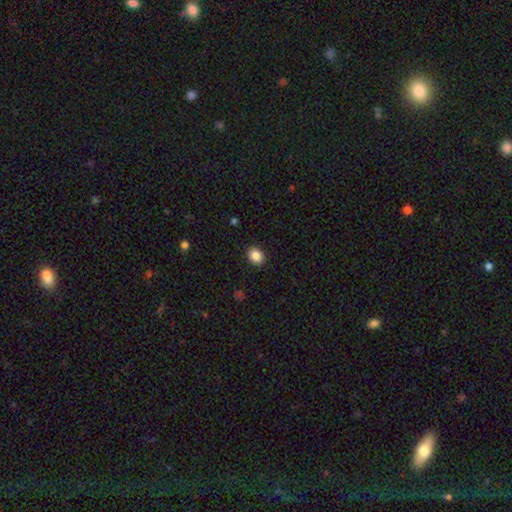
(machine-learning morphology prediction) smooth_or_featured: smooth (p=0.87) [alt: star or artifact p=0.09]
how_rounded: in between (p=0.51) [alt: round p=0.48]
merging: none (p=0.90) [alt: minor disturbance p=0.07]